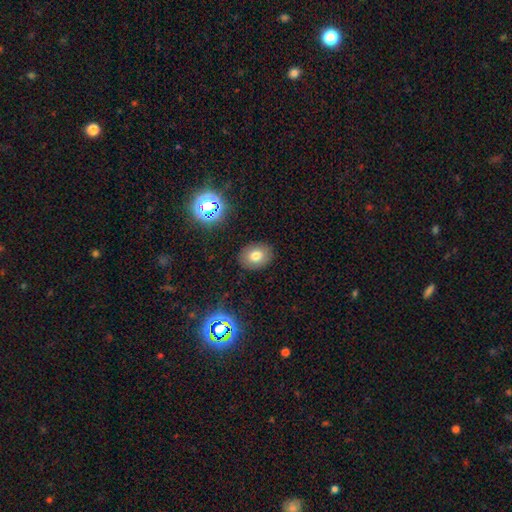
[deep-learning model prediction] Smooth or featured? smooth (73%)
How rounded? in between (58%)
Merging? none (88%)